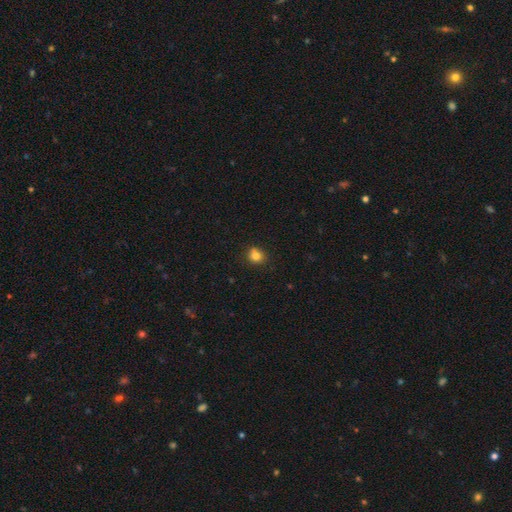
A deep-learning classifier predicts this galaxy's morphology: Smooth or featured? smooth (81%)
How rounded? round (77%)
Merging? none (71%)